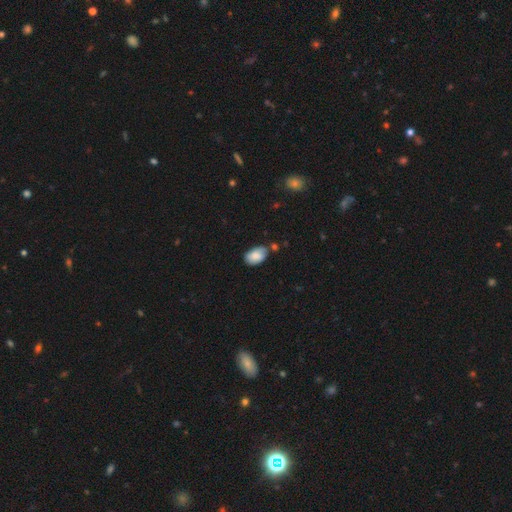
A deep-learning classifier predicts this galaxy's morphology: smooth-or-featured: smooth: 78% | featured or disk: 14% | star or artifact: 7%
  how-rounded: in between: 92% | round: 6% | cigar-shaped: 1%
  merging: none: 62% | minor disturbance: 25% | merger: 9% | major disturbance: 4%